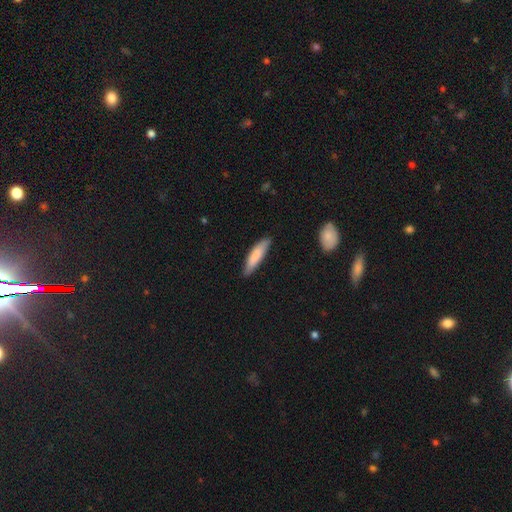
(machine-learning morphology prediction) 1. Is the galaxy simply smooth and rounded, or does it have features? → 82% smooth, 13% featured or disk, 5% star or artifact.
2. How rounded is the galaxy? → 74% cigar-shaped, 25% in between, 1% round.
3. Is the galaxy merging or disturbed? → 83% none, 14% minor disturbance, 2% major disturbance, 1% merger.